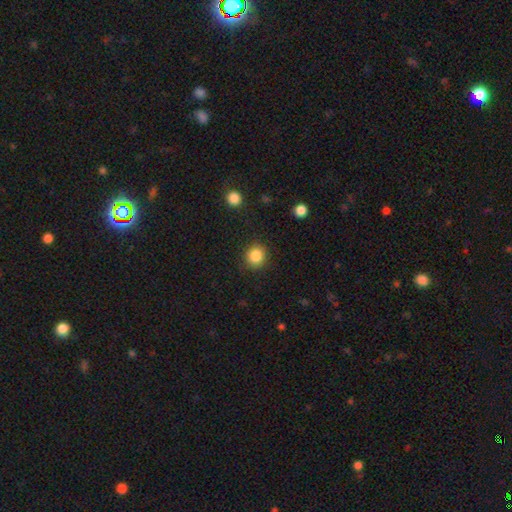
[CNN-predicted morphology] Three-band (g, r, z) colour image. It shows a smooth galaxy with no disk features (86%) that is round (88%). Merging: none (88%).